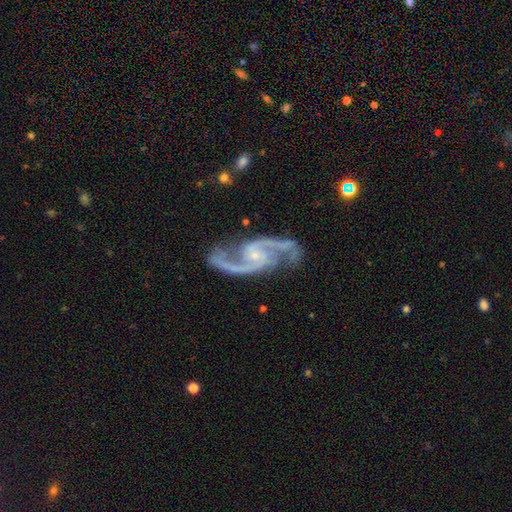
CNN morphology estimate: smooth_or_featured: featured or disk (p=0.94) [alt: star or artifact p=0.04]
disk_edge_on: no (p=0.97) [alt: yes p=0.03]
bar: no (p=0.54) [alt: weak p=0.32]
has_spiral_arms: yes (p=0.99) [alt: no p=0.01]
spiral_winding: medium (p=0.61) [alt: loose p=0.26]
spiral_arm_count: 2 (p=0.93) [alt: 3 p=0.02]
bulge_size: small (p=0.78) [alt: moderate p=0.15]
merging: none (p=0.76) [alt: minor disturbance p=0.15]